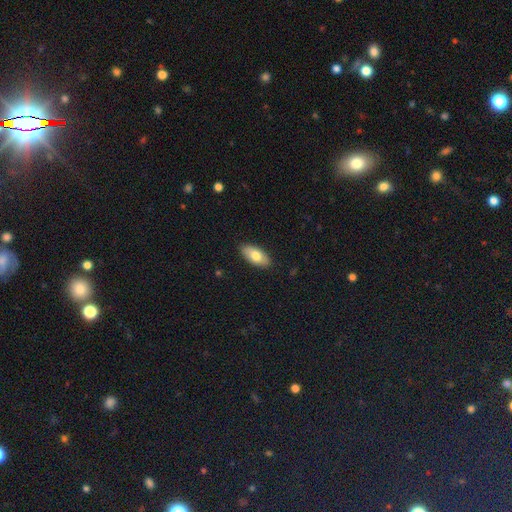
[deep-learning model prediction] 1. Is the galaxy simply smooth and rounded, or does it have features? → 76% smooth, 19% featured or disk, 6% star or artifact.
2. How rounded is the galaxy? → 91% in between, 6% cigar-shaped, 2% round.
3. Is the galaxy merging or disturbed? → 89% none, 9% minor disturbance, 2% major disturbance, 1% merger.